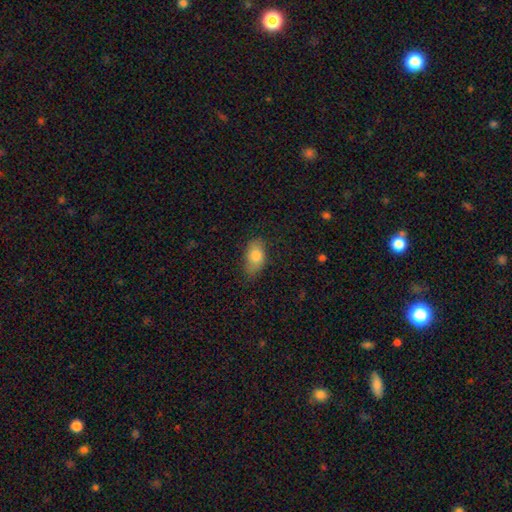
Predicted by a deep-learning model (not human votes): This appears to be a smooth galaxy with no disk features (81%) that is in between round and cigar-shaped (90%). Merging: none (68%).